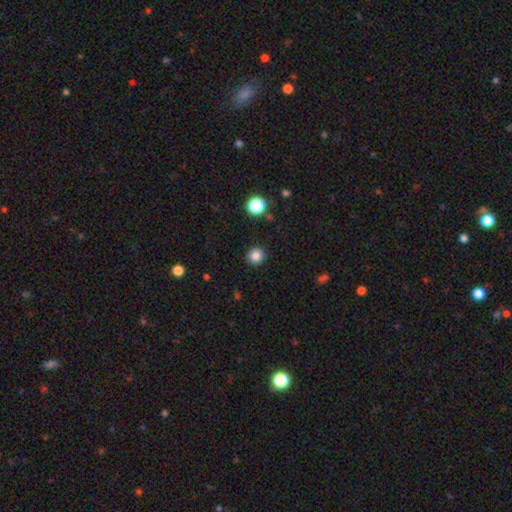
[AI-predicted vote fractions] Smooth or featured? smooth (84%)
How rounded? round (94%)
Merging? none (92%)